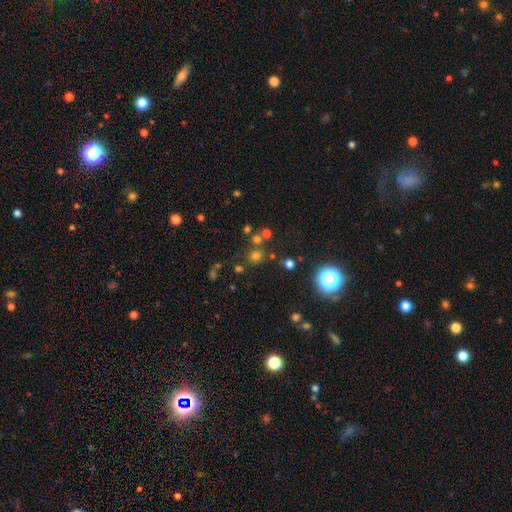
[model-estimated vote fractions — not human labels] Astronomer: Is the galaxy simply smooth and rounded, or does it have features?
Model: smooth — 63%.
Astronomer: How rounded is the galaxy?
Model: round — 90%.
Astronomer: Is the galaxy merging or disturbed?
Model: none — 76%.